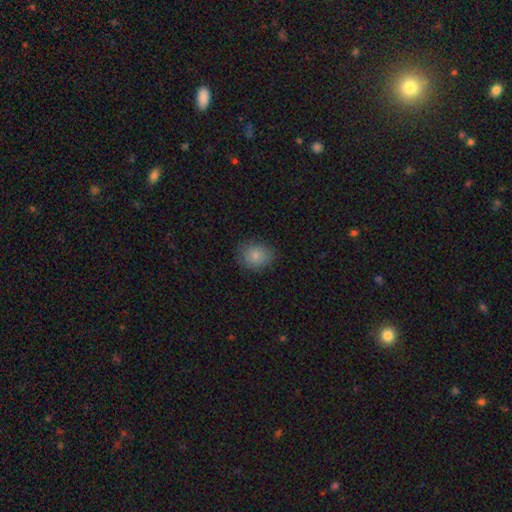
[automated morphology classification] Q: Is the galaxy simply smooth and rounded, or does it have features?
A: smooth — 84%.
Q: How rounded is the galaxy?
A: round — 69%.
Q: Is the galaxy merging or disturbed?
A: none — 80%.